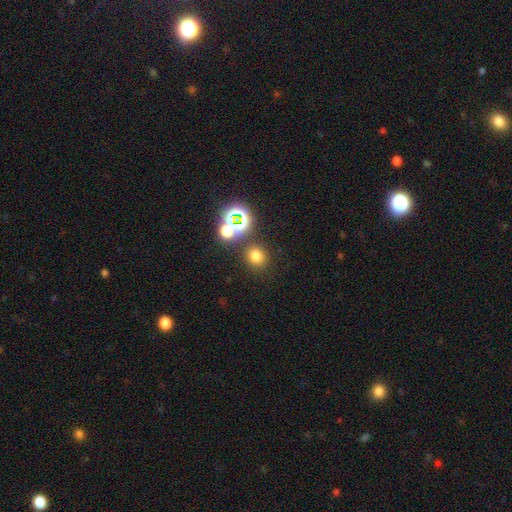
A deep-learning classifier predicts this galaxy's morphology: smooth_or_featured: smooth (p=0.70) [alt: star or artifact p=0.23]
how_rounded: round (p=0.85) [alt: in between p=0.14]
merging: none (p=0.81) [alt: merger p=0.09]